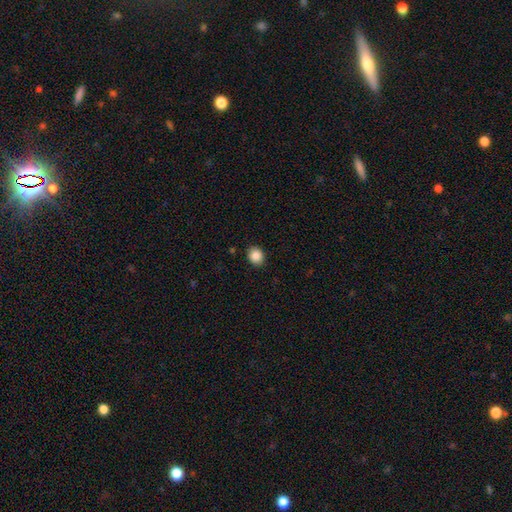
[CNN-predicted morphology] This appears to be a smooth galaxy with no disk features (87%) that is round (67%). Merging: none (90%).